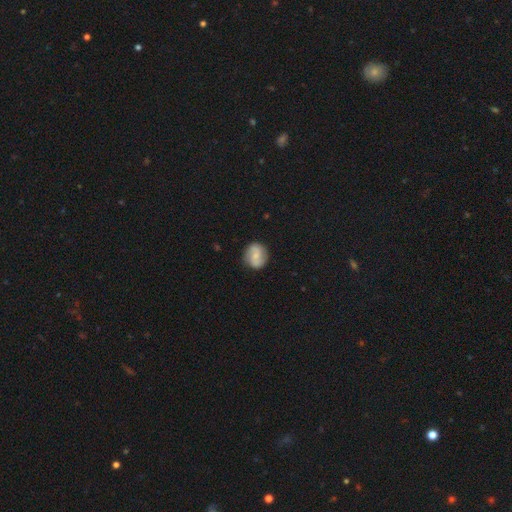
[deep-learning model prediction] Smooth or featured?
  - featured or disk: 52% *
  - smooth: 41%
  - star or artifact: 7%
Edge-on disk?
  - no: 97% *
  - yes: 3%
Bar?
  - weak: 44% * (tied)
  - no: 44% * (tied)
  - strong: 13%
Spiral arms?
  - yes: 87% *
  - no: 13%
Bulge size?
  - small: 56% *
  - moderate: 31%
  - none: 10%
  - large: 2%
  - dominant: 1%
Merging?
  - none: 84% *
  - minor disturbance: 12%
  - major disturbance: 3%
  - merger: 1%